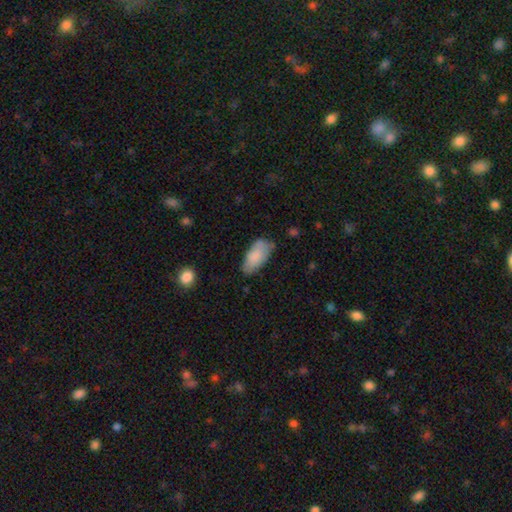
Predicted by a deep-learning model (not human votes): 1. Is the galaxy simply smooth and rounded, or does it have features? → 82% smooth, 11% featured or disk, 6% star or artifact.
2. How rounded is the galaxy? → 92% in between, 6% cigar-shaped, 2% round.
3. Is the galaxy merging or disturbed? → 64% none, 27% minor disturbance, 6% major disturbance, 3% merger.